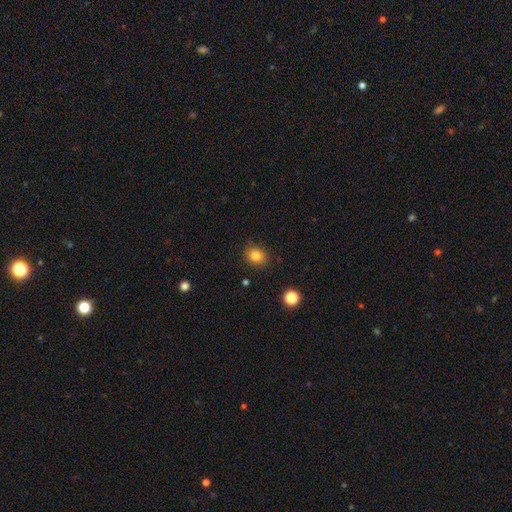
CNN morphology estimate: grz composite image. It shows a smooth galaxy with no disk features (82%) that is round (64%). Merging: none (84%).